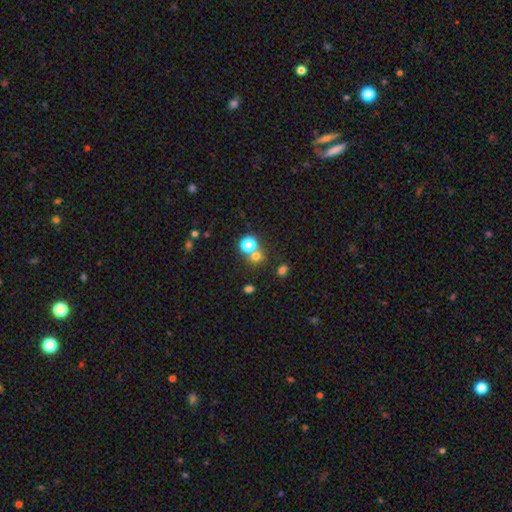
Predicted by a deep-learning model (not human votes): The model was most divided on "merging": none: 59%, merger: 29%, minor disturbance: 8%, major disturbance: 4%. More confident: how rounded — round (80%); smooth or featured — smooth (65%).